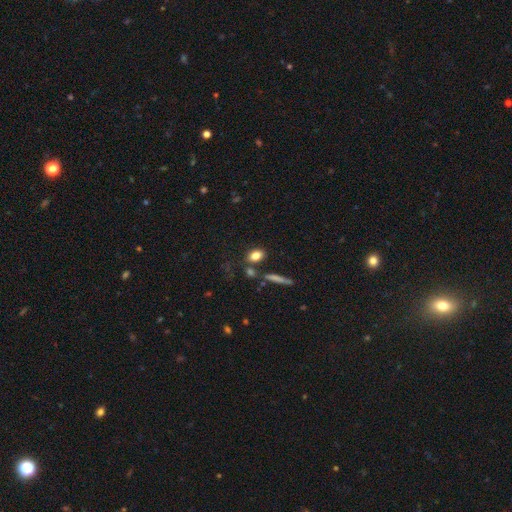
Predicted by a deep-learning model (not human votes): smooth-or-featured: smooth: 81% | featured or disk: 9% | star or artifact: 9%
  how-rounded: in between: 76% | round: 17% | cigar-shaped: 6%
  merging: none: 73% | minor disturbance: 12% | merger: 11% | major disturbance: 4%